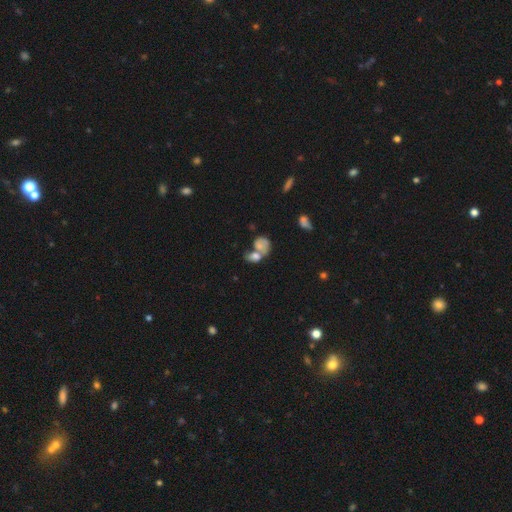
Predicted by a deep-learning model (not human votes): Smooth or featured?
  - smooth: 61% *
  - featured or disk: 28%
  - star or artifact: 11%
How rounded?
  - in between: 66% *
  - round: 32%
  - cigar-shaped: 2%
Merging?
  - merger: 65% *
  - none: 19%
  - minor disturbance: 8%
  - major disturbance: 8%